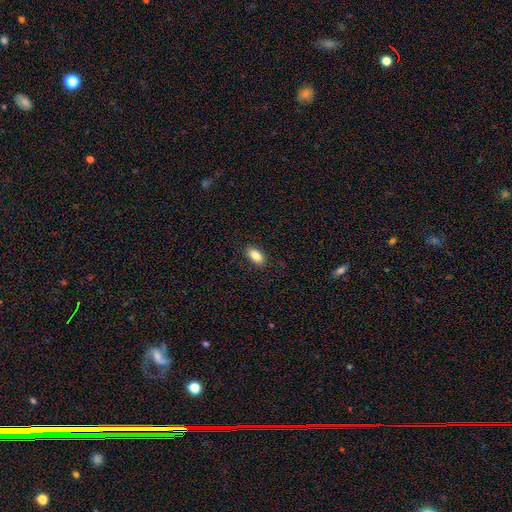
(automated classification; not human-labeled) This is clearly a smooth galaxy (85%). How rounded: clearly in between (91%). Merging: clearly none (89%).